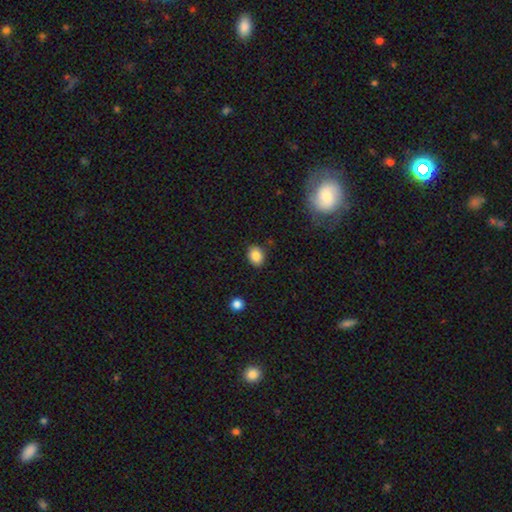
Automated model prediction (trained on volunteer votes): smooth_or_featured: smooth (p=0.86) [alt: star or artifact p=0.09]
how_rounded: in between (p=0.58) [alt: round p=0.41]
merging: none (p=0.85) [alt: minor disturbance p=0.10]